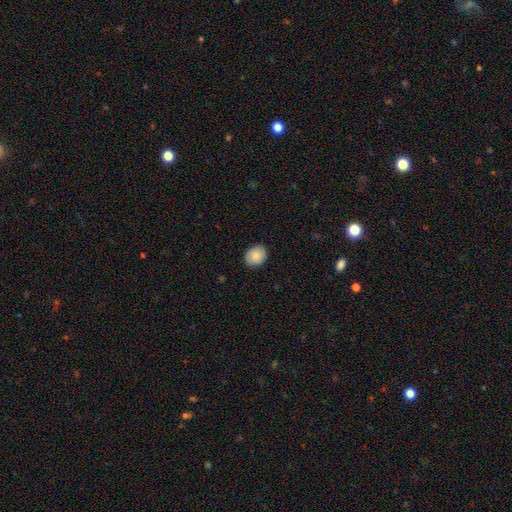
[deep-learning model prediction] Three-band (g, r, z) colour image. It shows a smooth galaxy with no disk features (87%) that is round (59%). Merging: none (88%).